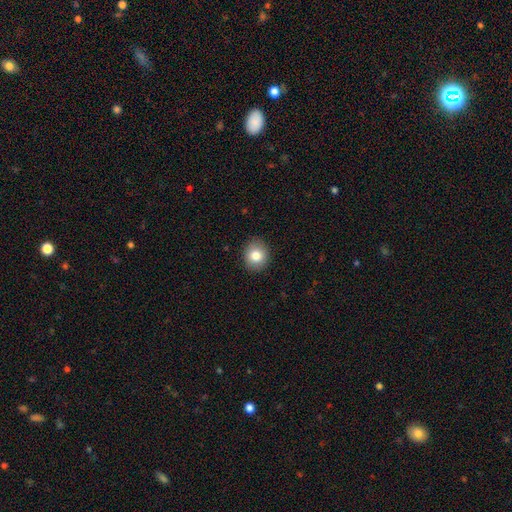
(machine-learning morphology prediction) Smooth or featured? Predicted: smooth (p=0.81). How rounded? Predicted: round (p=0.75). Merging? Predicted: none (p=0.90).